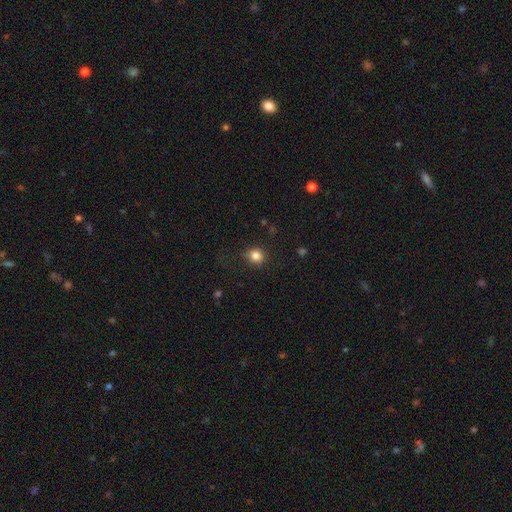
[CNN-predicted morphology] This appears to be a smooth galaxy with no disk features (83%) that is round (85%). Merging: none (80%).